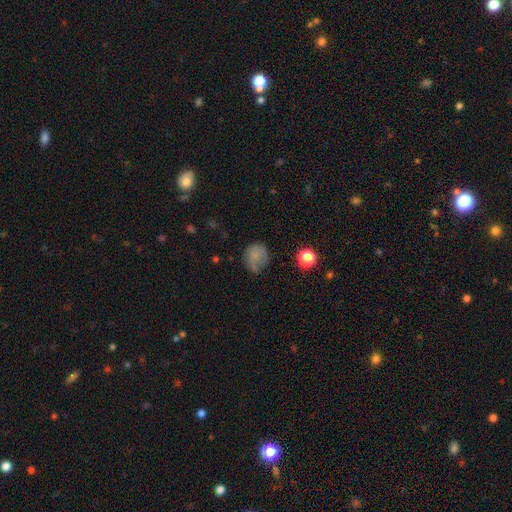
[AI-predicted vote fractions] Overall: smooth (71%). How rounded: round (75%). Merging: none (55%; minor disturbance 28%).